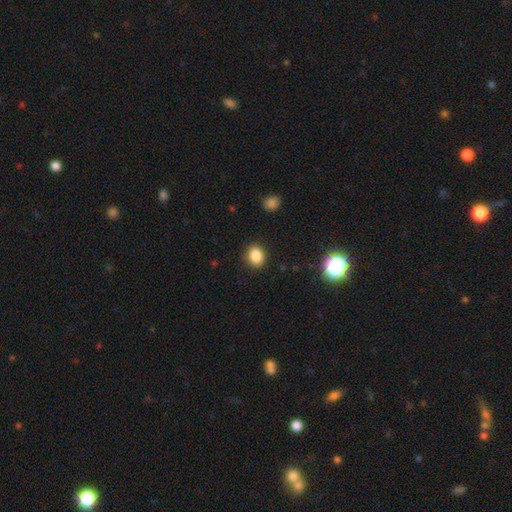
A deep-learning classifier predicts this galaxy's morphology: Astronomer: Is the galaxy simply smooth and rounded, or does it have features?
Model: smooth — 85%.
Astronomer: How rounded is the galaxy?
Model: in between — 58% (runner-up: round, 41%).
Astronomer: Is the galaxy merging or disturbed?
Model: none — 87%.